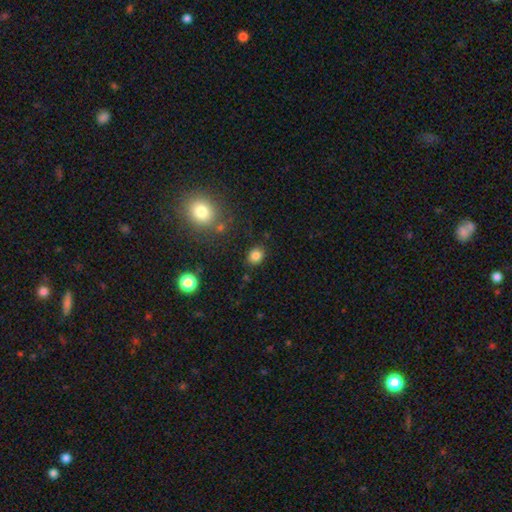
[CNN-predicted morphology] type=smooth (83%); roundness=round (59%); merging=none (85%).